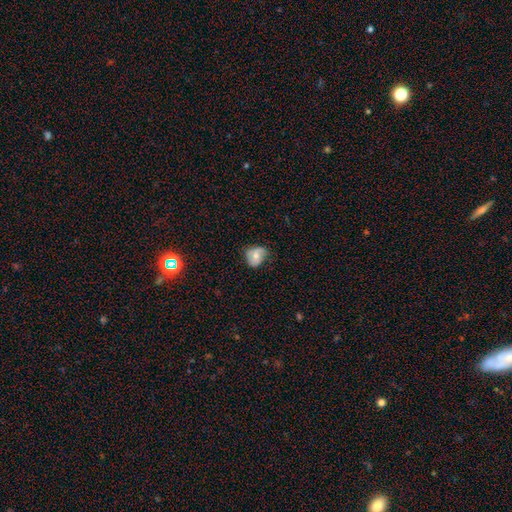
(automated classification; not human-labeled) A smooth galaxy with no disk features (60%) that is round (52%). Merging: none (54%).